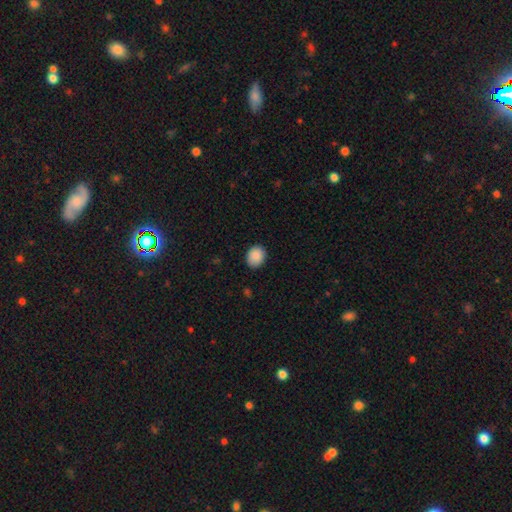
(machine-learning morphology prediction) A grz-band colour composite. It shows a smooth galaxy with no disk features (89%) that is round (55%). Merging: none (87%).